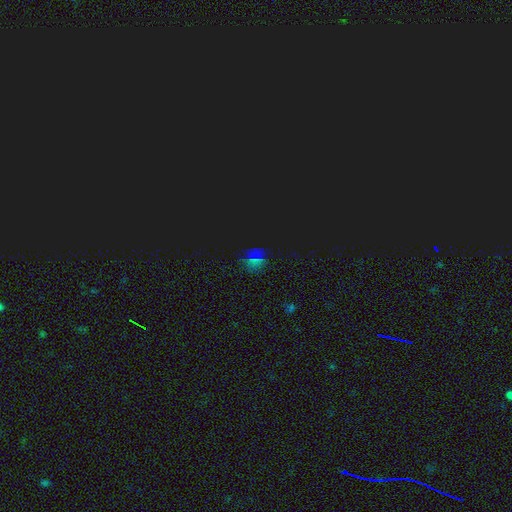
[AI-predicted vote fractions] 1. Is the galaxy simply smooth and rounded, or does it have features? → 57% star or artifact, 36% smooth, 8% featured or disk.